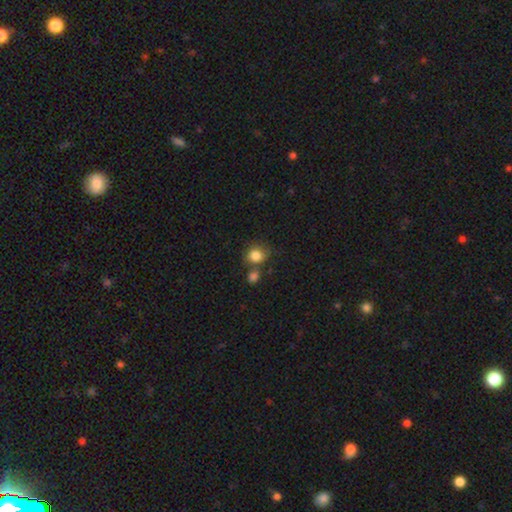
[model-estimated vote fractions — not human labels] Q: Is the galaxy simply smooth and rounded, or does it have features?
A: smooth — 84%.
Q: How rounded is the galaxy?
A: round — 77%.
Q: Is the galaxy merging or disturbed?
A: none — 58%.